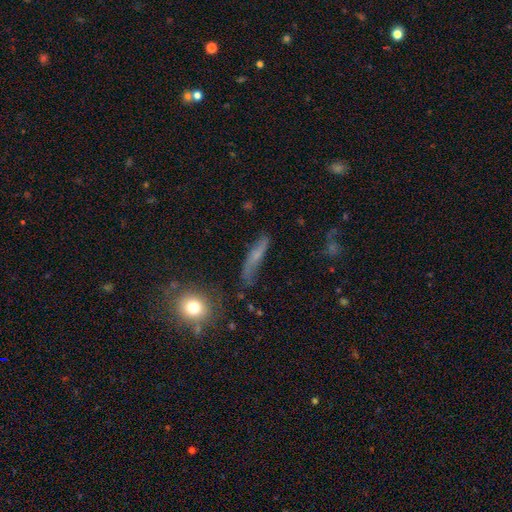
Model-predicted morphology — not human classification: Overall: smooth (47%; featured or disk 41%). Merging: none (57%; minor disturbance 25%).